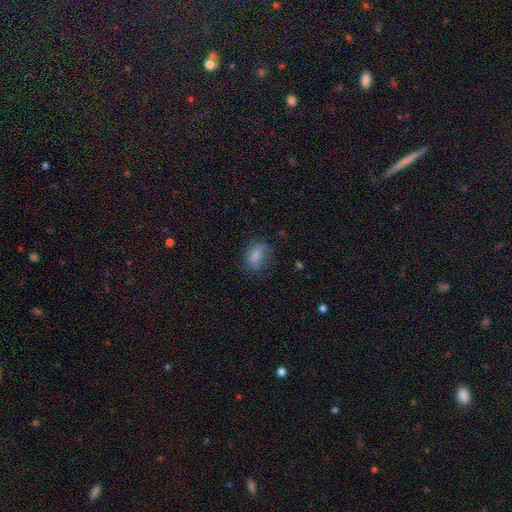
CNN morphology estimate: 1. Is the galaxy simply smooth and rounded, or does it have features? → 78% smooth, 13% featured or disk, 9% star or artifact.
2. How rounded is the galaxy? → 83% in between, 11% round, 5% cigar-shaped.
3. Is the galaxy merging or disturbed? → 60% none, 26% minor disturbance, 13% major disturbance, 2% merger.